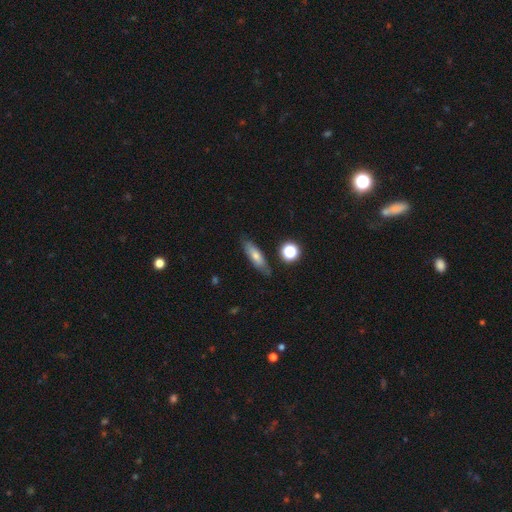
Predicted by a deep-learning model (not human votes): Q: Smooth or featured?
A: smooth (63%); runner-up: featured or disk (28%)
Q: How rounded?
A: cigar-shaped (55%); runner-up: in between (41%)
Q: Merging?
A: none (80%); runner-up: minor disturbance (14%)